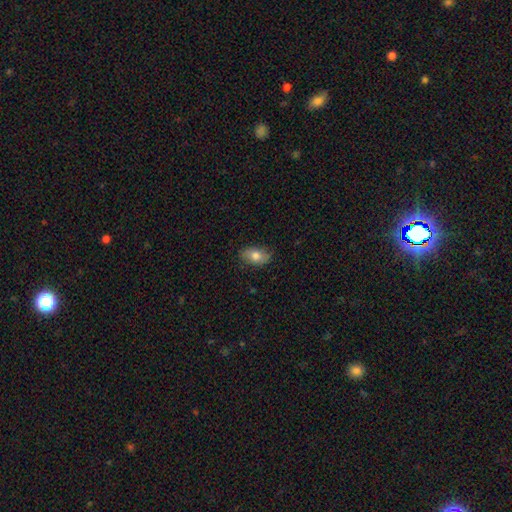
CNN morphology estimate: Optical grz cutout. It shows a smooth galaxy with no disk features (77%) that is in between round and cigar-shaped (88%). Merging: none (81%).